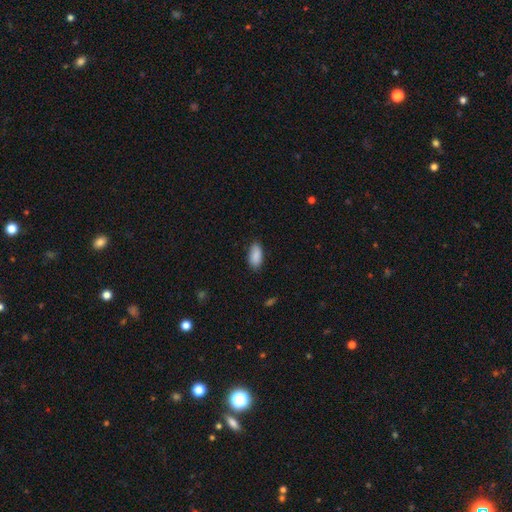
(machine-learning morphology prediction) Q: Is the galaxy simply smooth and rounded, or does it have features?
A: smooth — 90%.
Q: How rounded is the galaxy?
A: in between — 92%.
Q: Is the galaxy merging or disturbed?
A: none — 85%.